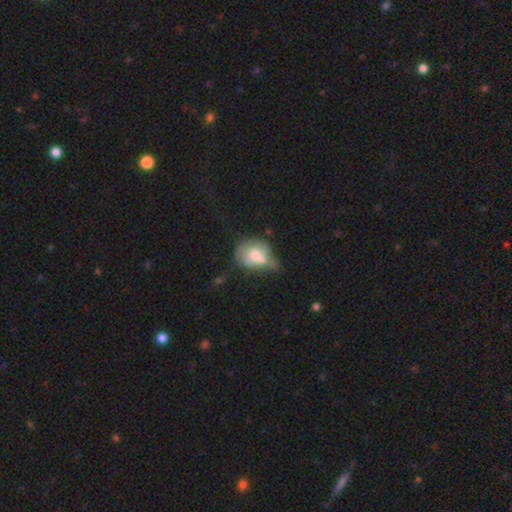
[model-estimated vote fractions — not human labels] Smooth or featured: smooth — 59% (featured or disk — 33%)
How rounded: round — 51% (in between — 48%)
Merging: minor disturbance — 30% (none — 25%)